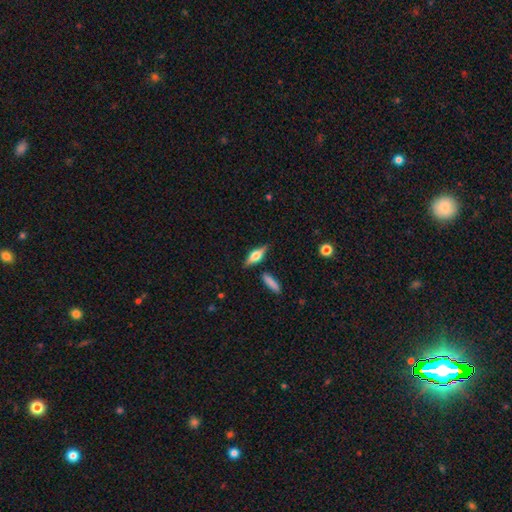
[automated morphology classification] This appears to be a featured or disk galaxy (50%). Merging: none (80%).